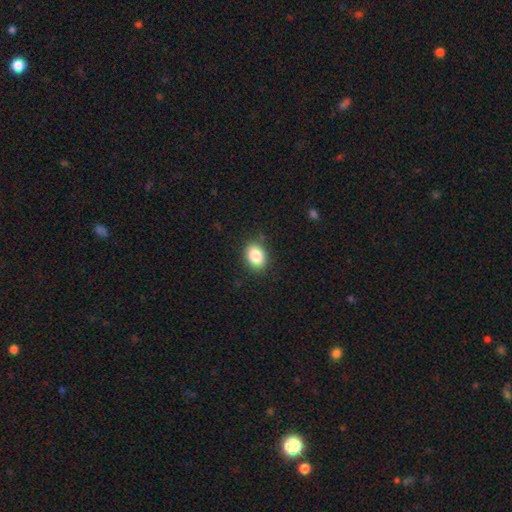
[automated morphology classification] This appears to be a smooth galaxy with no disk features (85%) that is in between round and cigar-shaped (73%). Merging: none (86%).